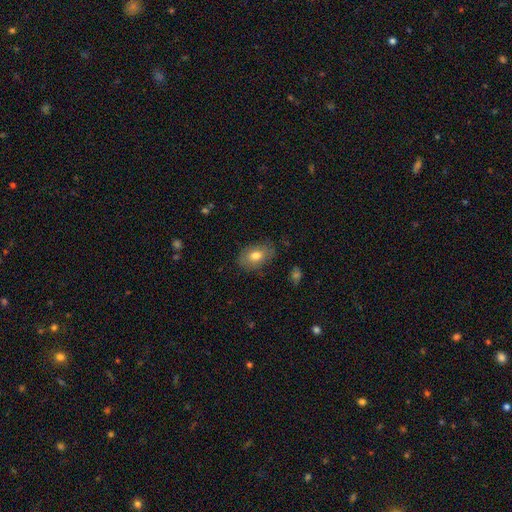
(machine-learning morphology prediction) Overall: smooth (76%). How rounded: in between (86%). Merging: none (79%).